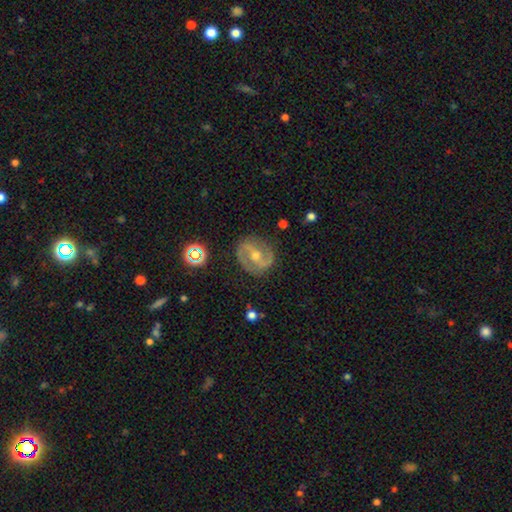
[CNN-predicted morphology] type=featured or disk (82%); edge-on=no (97%); bar=weak (39%); spiral arms=yes (89%); winding=medium (48%); arm count=2 (89%); bulge=moderate (62%); merging=none (84%).